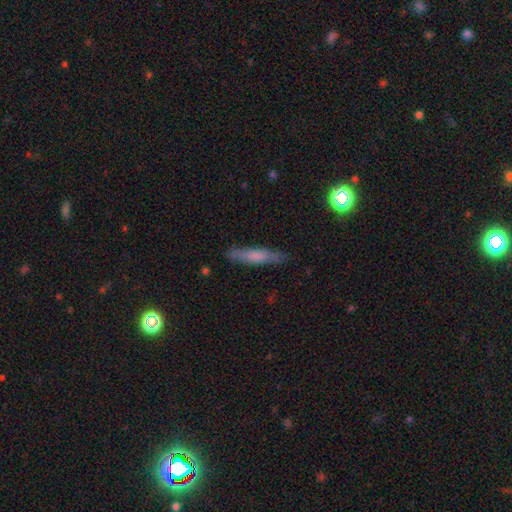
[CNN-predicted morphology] This appears to be a smooth galaxy with no disk features (62%) that is cigar-shaped (88%). Merging: none (85%).